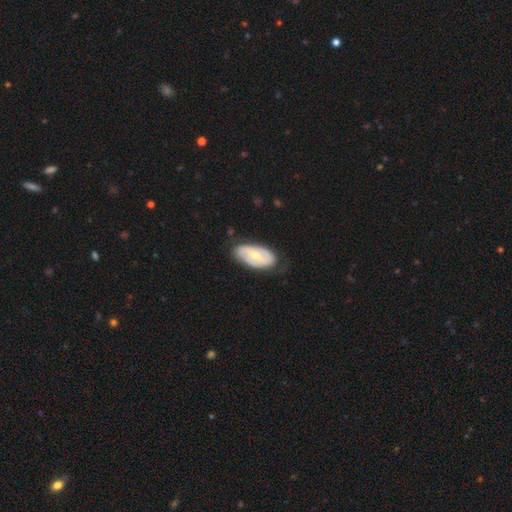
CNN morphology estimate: type=featured or disk (59%); edge-on=no (92%); bar=no (42%); spiral arms=yes (67%); bulge=moderate (56%); merging=none (70%).